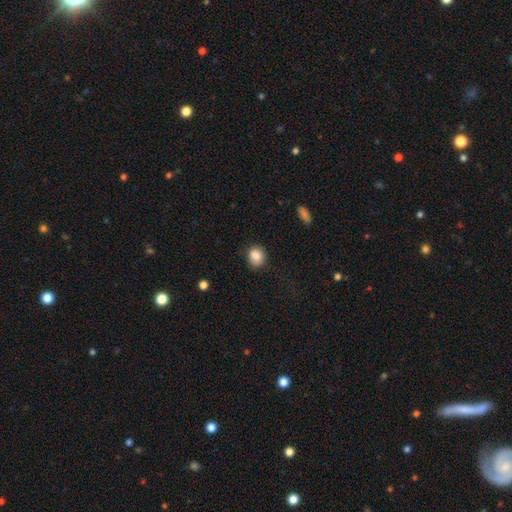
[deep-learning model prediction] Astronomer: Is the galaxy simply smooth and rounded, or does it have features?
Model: smooth — 86%.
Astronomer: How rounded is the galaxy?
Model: round — 71%.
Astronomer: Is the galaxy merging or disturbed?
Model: none — 81%.